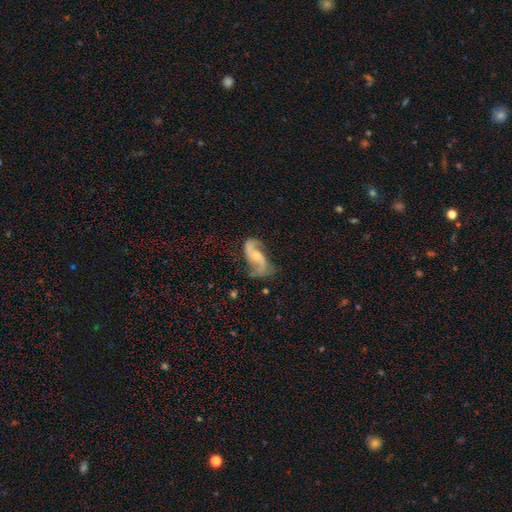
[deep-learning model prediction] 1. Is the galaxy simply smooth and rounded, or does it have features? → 88% featured or disk, 7% smooth, 5% star or artifact.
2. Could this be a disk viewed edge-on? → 97% no, 3% yes.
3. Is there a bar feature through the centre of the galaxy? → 50% no, 38% weak, 12% strong.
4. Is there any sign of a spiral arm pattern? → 97% yes, 3% no.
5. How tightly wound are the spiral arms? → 55% loose, 36% medium, 9% tight.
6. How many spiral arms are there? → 93% 2, 2% can't tell, 2% 1, 1% 3, 1% 4, 1% more than 4.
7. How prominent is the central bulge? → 45% small, 44% moderate, 6% none, 3% large, 1% dominant.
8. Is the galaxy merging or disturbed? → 69% none, 19% minor disturbance, 10% major disturbance, 2% merger.